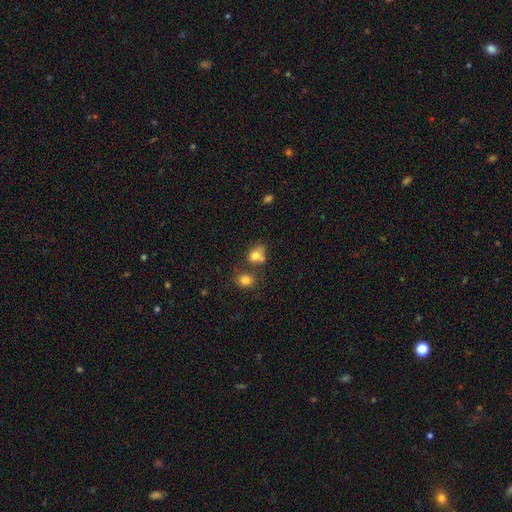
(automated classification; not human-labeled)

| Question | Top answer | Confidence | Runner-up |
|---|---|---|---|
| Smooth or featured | smooth | 77% | star or artifact (12%) |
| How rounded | round | 53% | in between (46%) |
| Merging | none | 43% | merger (32%) |